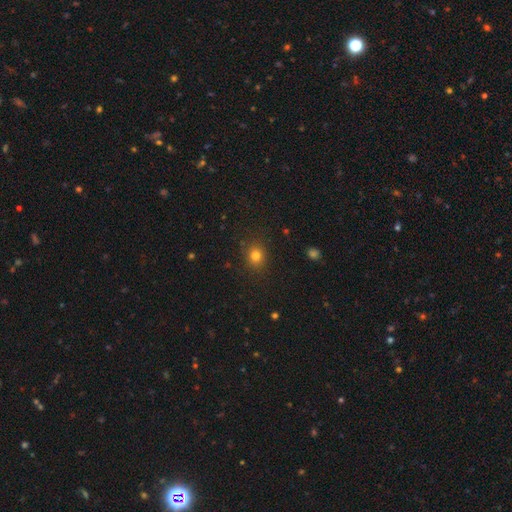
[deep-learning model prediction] smooth_or_featured: smooth (p=0.80) [alt: star or artifact p=0.14]
how_rounded: round (p=0.72) [alt: in between p=0.27]
merging: none (p=0.86) [alt: minor disturbance p=0.10]